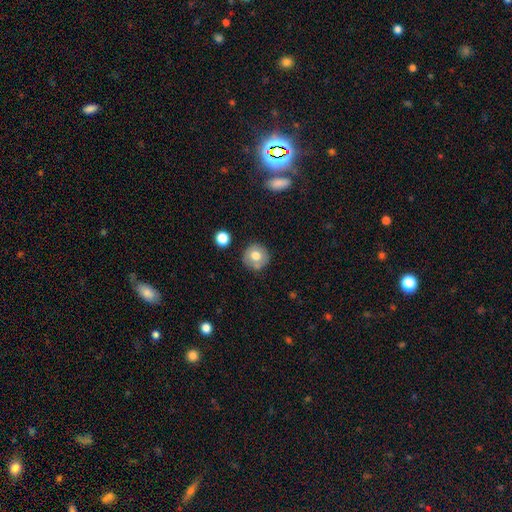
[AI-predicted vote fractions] smooth-or-featured: smooth: 72% | featured or disk: 19% | star or artifact: 9%
  how-rounded: round: 91% | in between: 8% | cigar-shaped: 1%
  merging: none: 76% | minor disturbance: 13% | merger: 8% | major disturbance: 3%